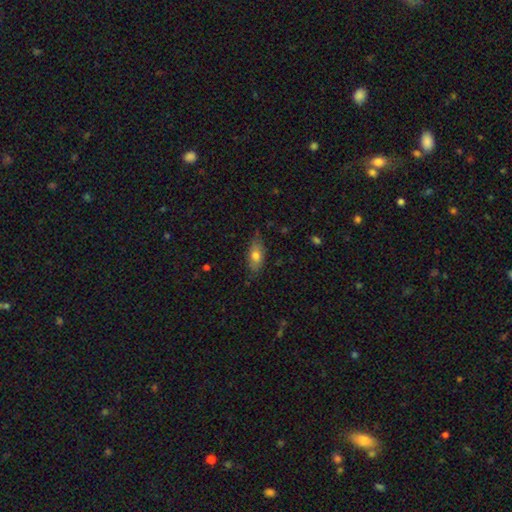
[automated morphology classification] This is likely a smooth galaxy (71%). How rounded: clearly in between (81%). Merging: likely none (72%).